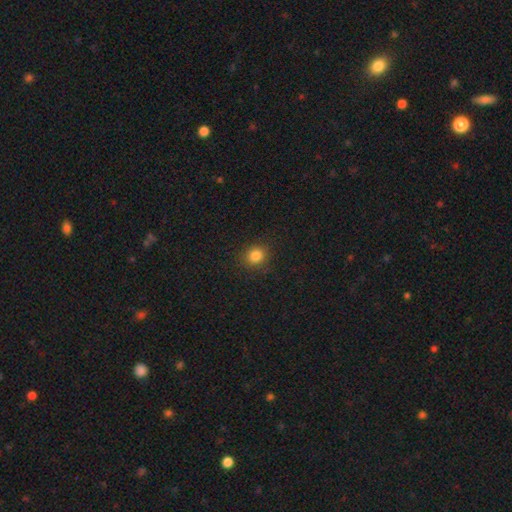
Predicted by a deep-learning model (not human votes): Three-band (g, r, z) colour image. It shows a smooth galaxy with no disk features (83%) that is round (81%). Merging: none (89%).